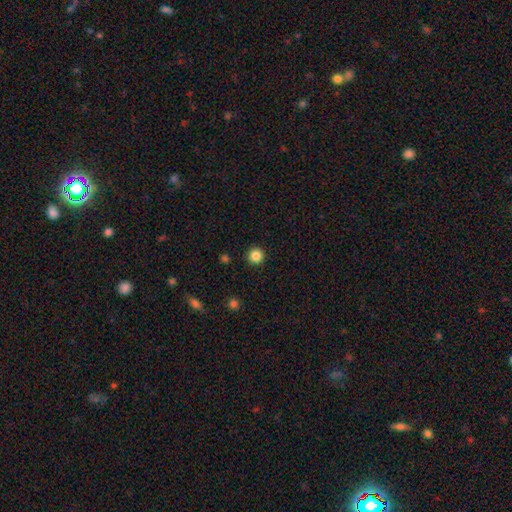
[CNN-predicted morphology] Smooth or featured: smooth — 85% (star or artifact — 11%)
How rounded: round — 96% (in between — 3%)
Merging: none — 93% (minor disturbance — 4%)